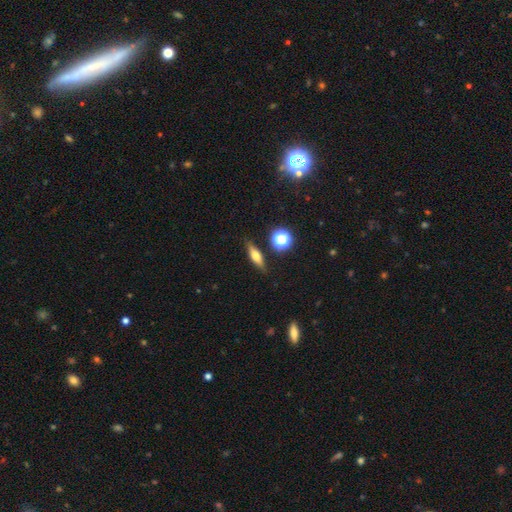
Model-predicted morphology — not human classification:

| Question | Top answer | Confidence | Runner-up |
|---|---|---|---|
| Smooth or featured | smooth | 53% | featured or disk (36%) |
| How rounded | cigar-shaped | 54% | in between (37%) |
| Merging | none | 84% | minor disturbance (11%) |